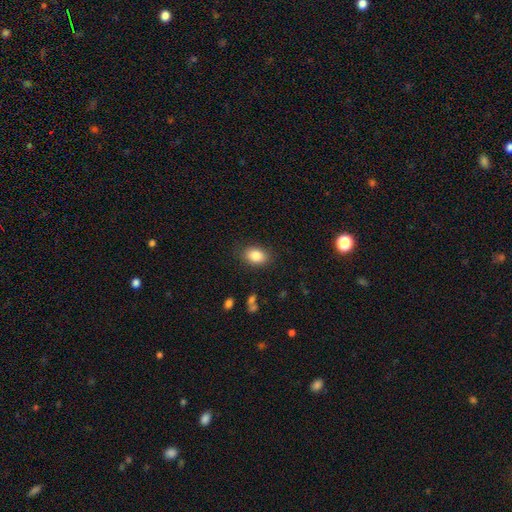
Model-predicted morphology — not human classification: smooth-or-featured: smooth: 85% | star or artifact: 8% | featured or disk: 7%
  how-rounded: in between: 80% | round: 19% | cigar-shaped: 1%
  merging: none: 85% | minor disturbance: 11% | major disturbance: 3% | merger: 1%